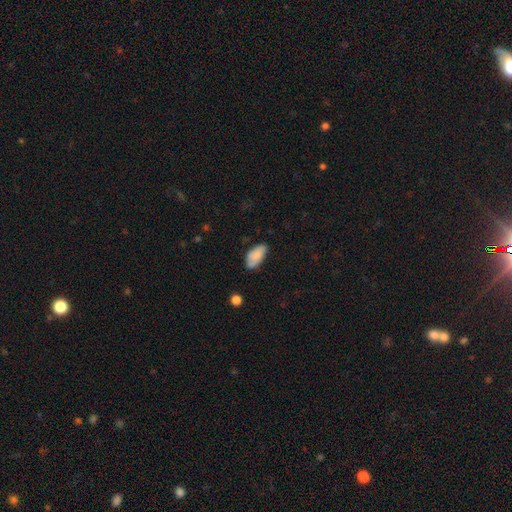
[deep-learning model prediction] This appears to be a smooth galaxy with no disk features (79%) that is in between round and cigar-shaped (93%). Merging: none (69%).